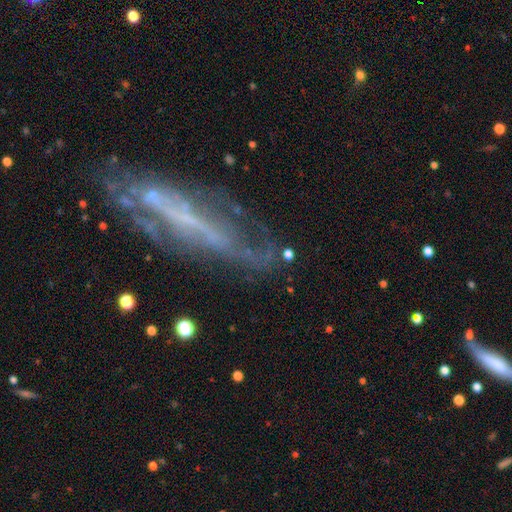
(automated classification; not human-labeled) smooth-or-featured: featured or disk: 70% | smooth: 18% | star or artifact: 12%
  disk-edge-on: no: 62% | yes: 38%
  merging: none: 56% | minor disturbance: 21% | major disturbance: 19% | merger: 4%